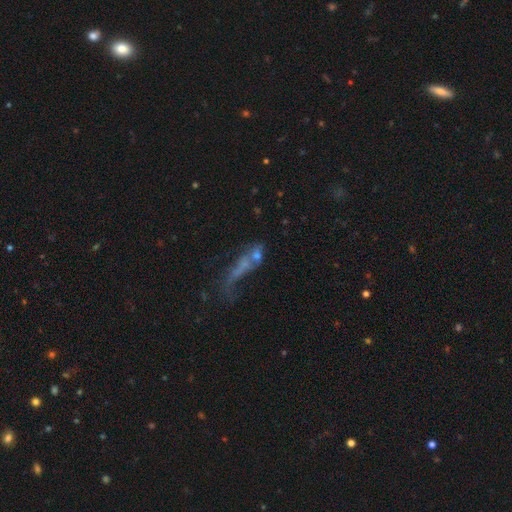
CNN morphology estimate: A featured or disk galaxy (41%). Merging: major disturbance (34%).